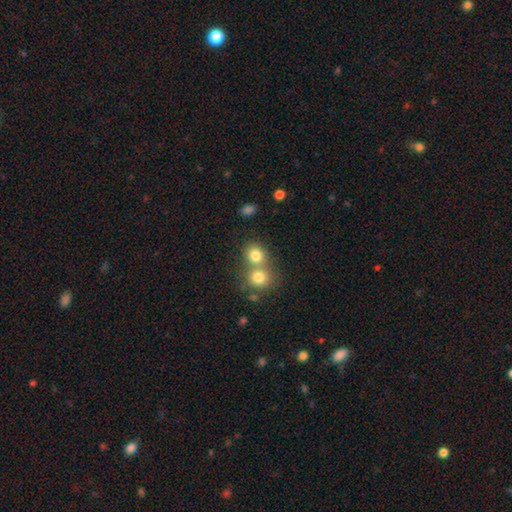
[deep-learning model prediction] This appears to be a smooth galaxy with no disk features (79%) that is round (73%). Merging: merger (53%).